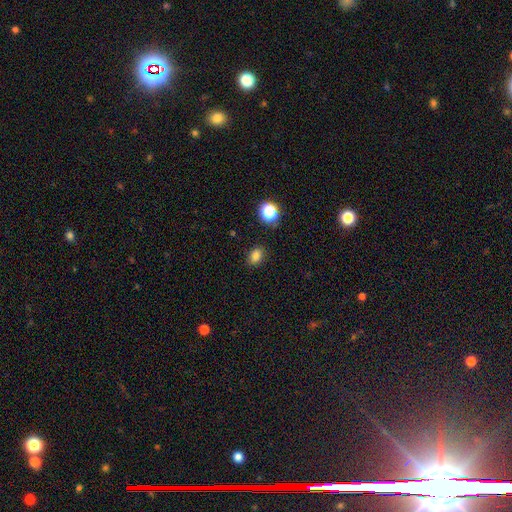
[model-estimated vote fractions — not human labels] This appears to be a smooth galaxy with no disk features (80%) that is in between round and cigar-shaped (69%). Merging: none (84%).